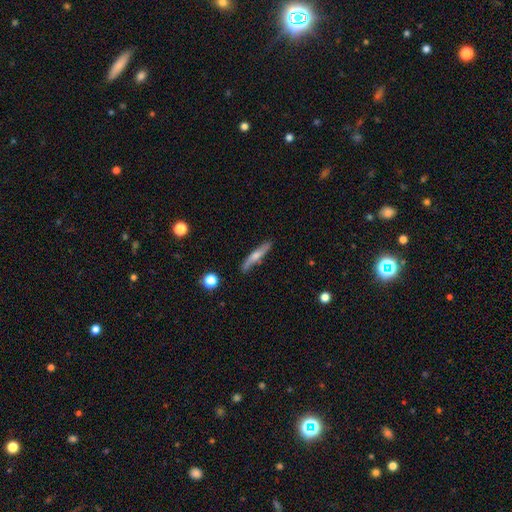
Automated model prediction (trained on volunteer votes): Smooth or featured?
  - featured or disk: 54% *
  - smooth: 39%
  - star or artifact: 7%
Edge-on disk?
  - yes: 89% *
  - no: 11%
Merging?
  - none: 82% *
  - minor disturbance: 14%
  - major disturbance: 3%
  - merger: 2%